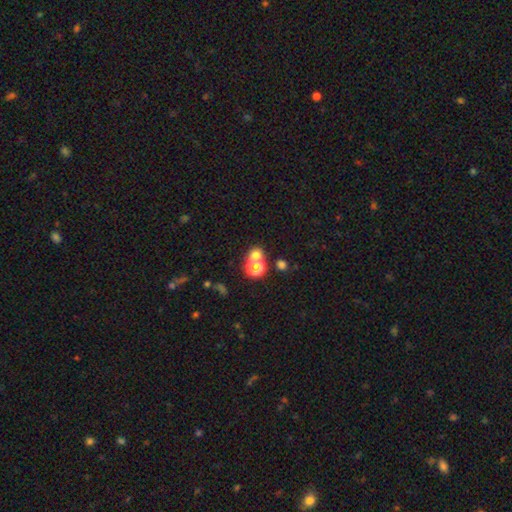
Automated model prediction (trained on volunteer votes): Morphology: type=smooth (67%); roundness=round (82%); merging=none (53%).